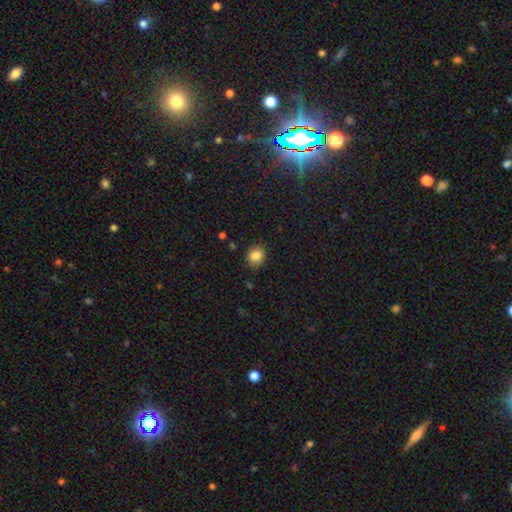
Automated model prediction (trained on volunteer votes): smooth_or_featured: smooth (p=0.84) [alt: star or artifact p=0.10]
how_rounded: round (p=0.67) [alt: in between p=0.32]
merging: none (p=0.83) [alt: minor disturbance p=0.13]